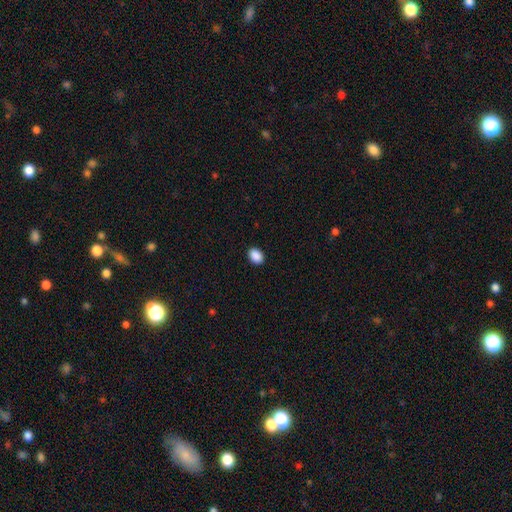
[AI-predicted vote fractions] Smooth or featured? smooth (90%)
How rounded? in between (70%)
Merging? none (91%)